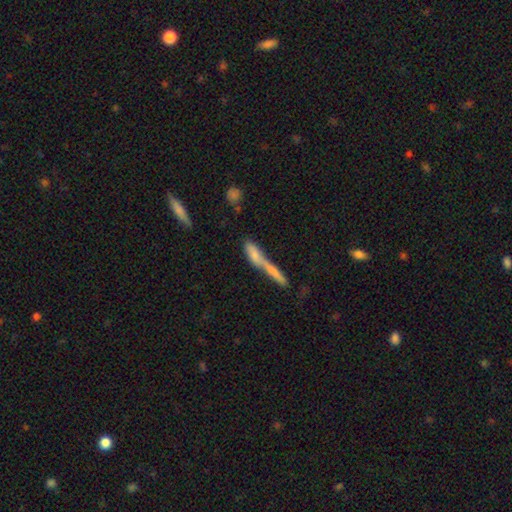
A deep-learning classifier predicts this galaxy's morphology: The model was most divided on "smooth or featured": smooth: 65%, featured or disk: 26%, star or artifact: 9%. More confident: how rounded — cigar-shaped (69%); merging — merger (64%).